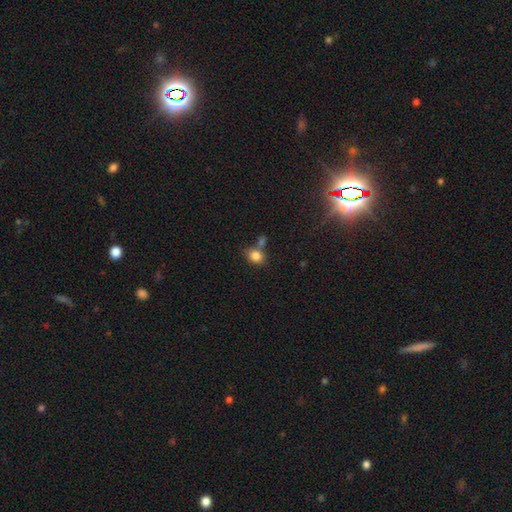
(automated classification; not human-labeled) smooth 83%, star or artifact 10%, featured or disk 7%. Down the decision tree: how rounded — in between (52%); merging — none (58%).